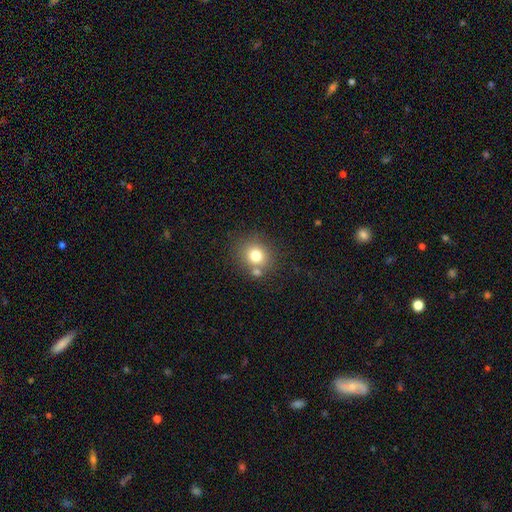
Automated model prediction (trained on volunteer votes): A smooth galaxy with no disk features (76%) that is round (79%).

Vote fractions:
- Smooth or featured? smooth: 76% / star or artifact: 13% / featured or disk: 11%
- How rounded? round: 79% / in between: 20% / cigar-shaped: 1%
- Merging? none: 70% / merger: 16% / minor disturbance: 10% / major disturbance: 4%